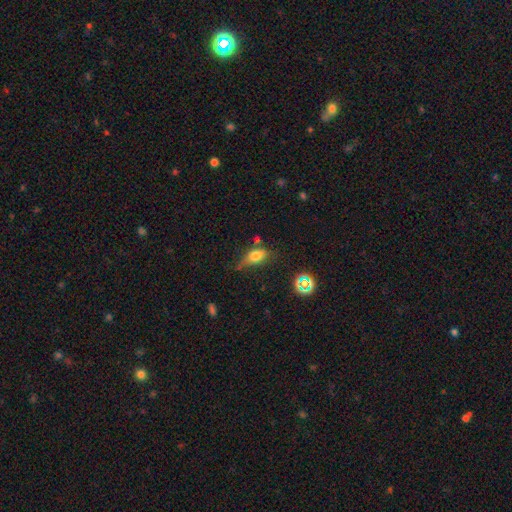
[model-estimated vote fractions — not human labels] A smooth galaxy with no disk features (70%) that is in between round and cigar-shaped (79%).

Vote fractions:
- Smooth or featured? smooth: 70% / featured or disk: 17% / star or artifact: 13%
- How rounded? in between: 79% / round: 11% / cigar-shaped: 10%
- Merging? none: 44% / minor disturbance: 34% / major disturbance: 14% / merger: 8%